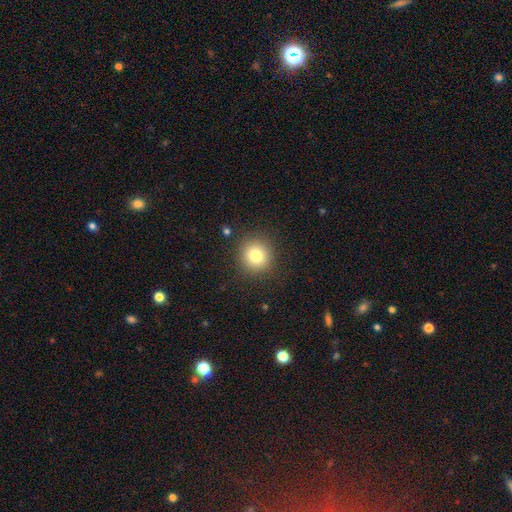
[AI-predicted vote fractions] smooth-or-featured: smooth: 79% | star or artifact: 12% | featured or disk: 9%
  how-rounded: round: 92% | in between: 7% | cigar-shaped: 1%
  merging: none: 89% | minor disturbance: 7% | major disturbance: 3% | merger: 1%